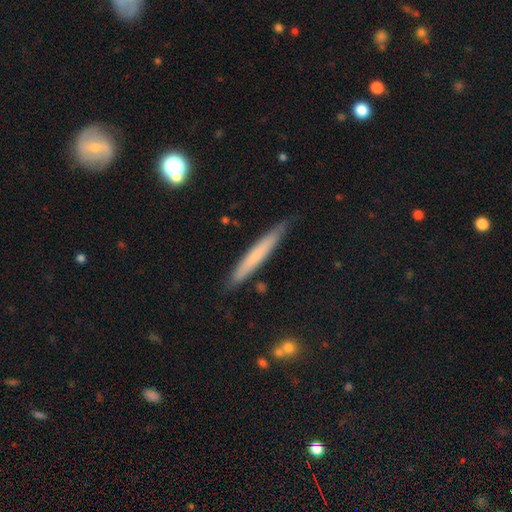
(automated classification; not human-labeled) Q: Smooth or featured?
A: smooth (61%); runner-up: featured or disk (32%)
Q: How rounded?
A: cigar-shaped (96%); runner-up: in between (3%)
Q: Merging?
A: none (86%); runner-up: minor disturbance (11%)